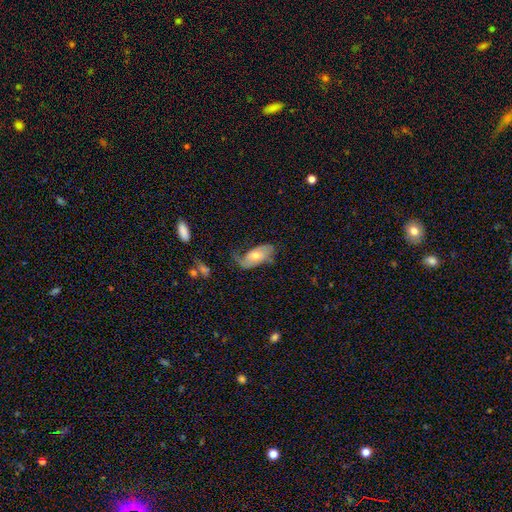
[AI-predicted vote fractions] Overall: featured or disk (51%; smooth 43%). Edge-on disk: no (90%). Merging: none (44%; minor disturbance 29%).